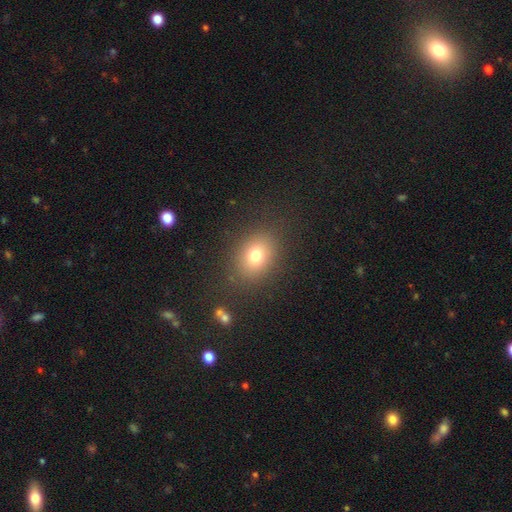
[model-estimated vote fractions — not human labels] Morphology: type=smooth (74%); roundness=in between (55%); merging=none (84%).